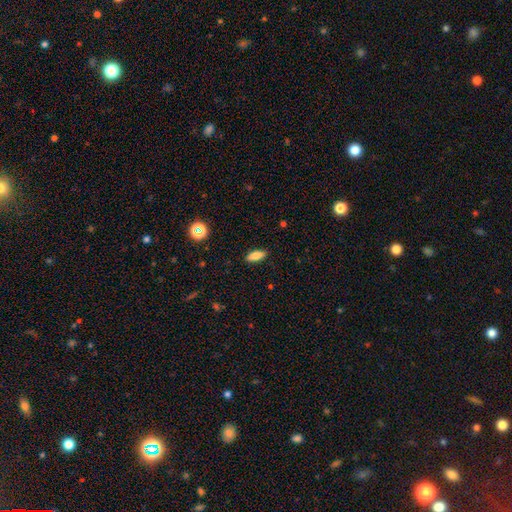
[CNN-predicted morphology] Q: Smooth or featured?
A: smooth (81%); runner-up: featured or disk (10%)
Q: How rounded?
A: in between (81%); runner-up: cigar-shaped (16%)
Q: Merging?
A: none (89%); runner-up: minor disturbance (8%)